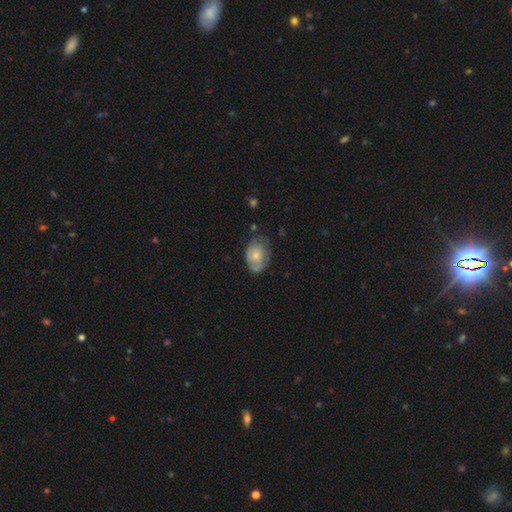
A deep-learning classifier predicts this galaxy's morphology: Smooth or featured?
  - smooth: 61% *
  - featured or disk: 32%
  - star or artifact: 7%
How rounded?
  - in between: 77% *
  - round: 22%
  - cigar-shaped: 1%
Merging?
  - none: 51% *
  - minor disturbance: 34%
  - major disturbance: 12%
  - merger: 3%